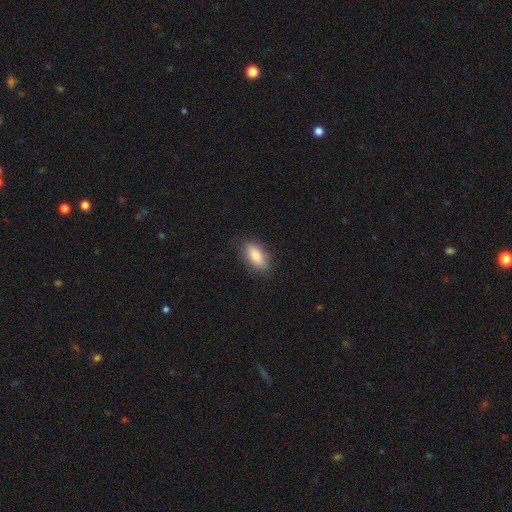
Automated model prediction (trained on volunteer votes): Smooth or featured? Predicted: smooth (p=0.82). How rounded? Predicted: in between (p=0.88). Merging? Predicted: none (p=0.85).